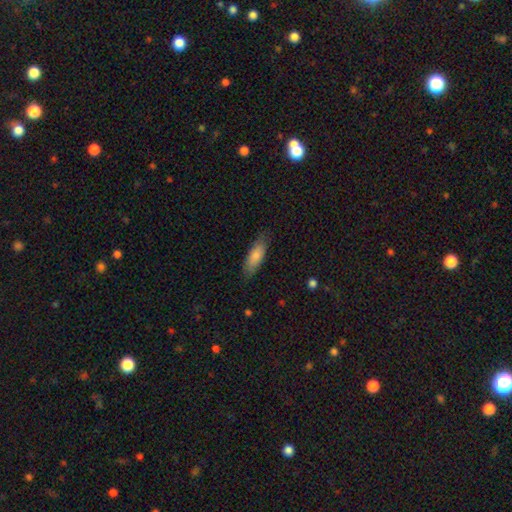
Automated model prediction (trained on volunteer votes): Overall: smooth (82%). How rounded: in between (61%; cigar-shaped 38%). Merging: none (78%).